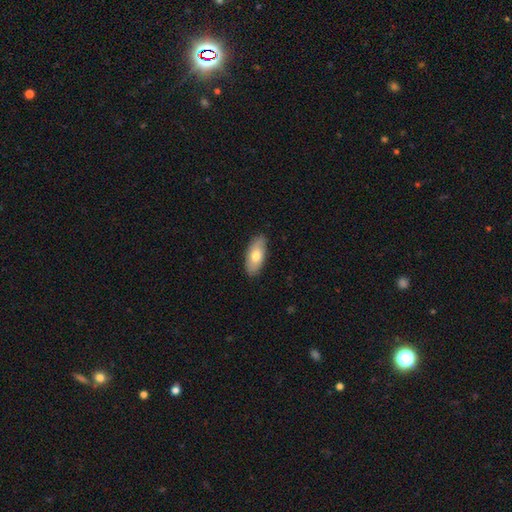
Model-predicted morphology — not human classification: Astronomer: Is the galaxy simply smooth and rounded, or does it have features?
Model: smooth — 73%.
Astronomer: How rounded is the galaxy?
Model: in between — 89%.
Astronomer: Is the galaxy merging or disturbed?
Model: none — 86%.